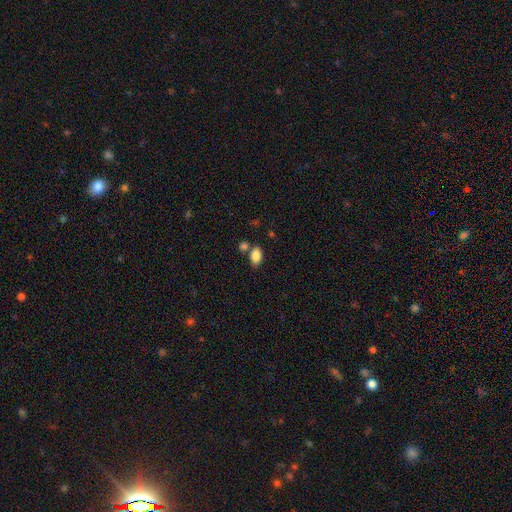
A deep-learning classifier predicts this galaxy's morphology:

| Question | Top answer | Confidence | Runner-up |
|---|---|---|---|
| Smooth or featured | smooth | 86% | star or artifact (8%) |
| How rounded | in between | 89% | round (9%) |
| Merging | none | 66% | merger (19%) |